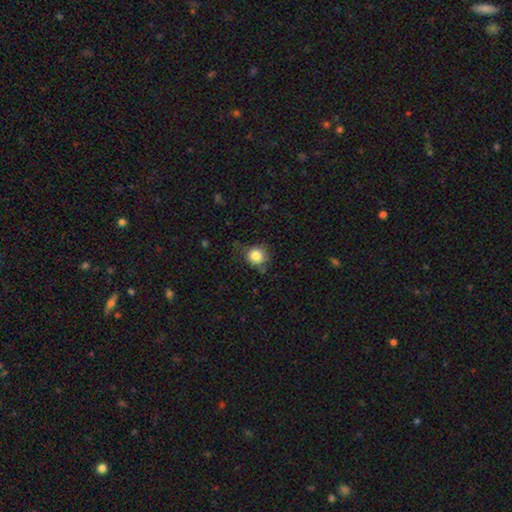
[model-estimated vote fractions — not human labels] Smooth or featured? smooth (84%)
How rounded? round (88%)
Merging? none (66%)